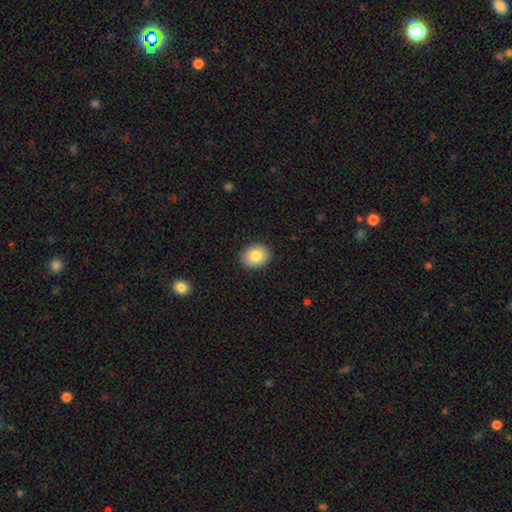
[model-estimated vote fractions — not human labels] smooth 86%, star or artifact 7%, featured or disk 7%. Down the decision tree: how rounded — in between (55%); merging — none (89%).